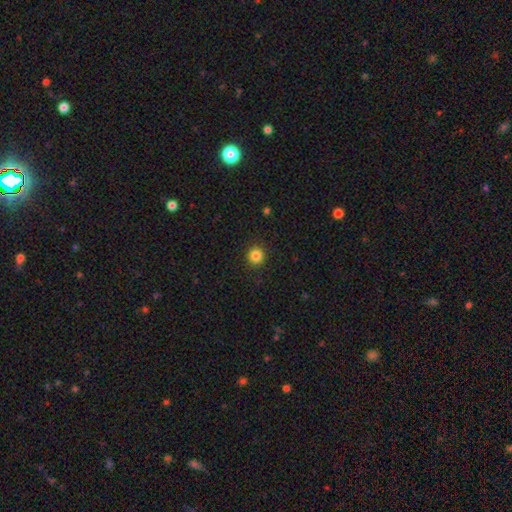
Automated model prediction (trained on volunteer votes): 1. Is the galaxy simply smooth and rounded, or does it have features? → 85% smooth, 11% star or artifact, 4% featured or disk.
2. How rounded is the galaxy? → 94% round, 5% in between, 1% cigar-shaped.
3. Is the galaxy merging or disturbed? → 92% none, 5% minor disturbance, 2% major disturbance, 1% merger.